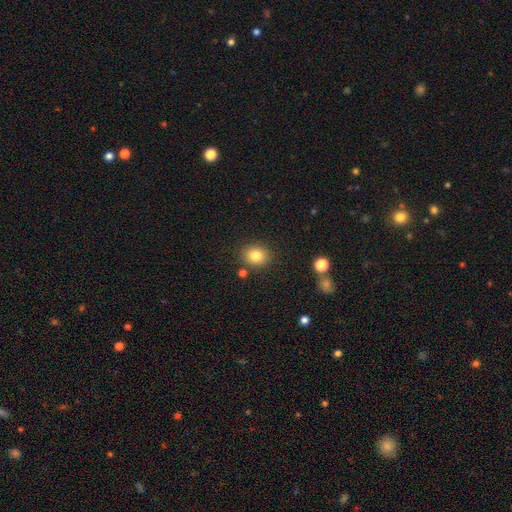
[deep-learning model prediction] A smooth galaxy with no disk features (82%) that is round (66%). Merging: none (85%).